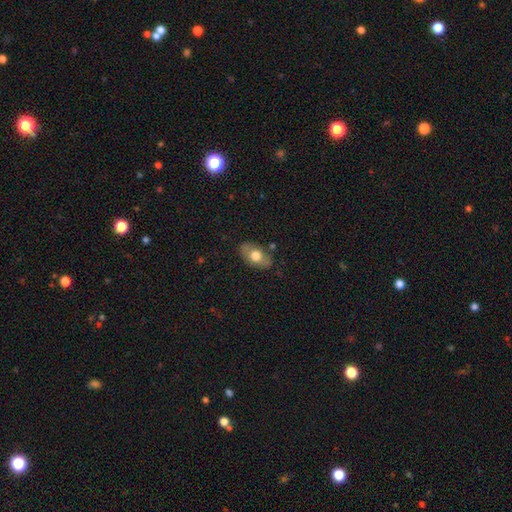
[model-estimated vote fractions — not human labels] A smooth galaxy with no disk features (62%) that is in between round and cigar-shaped (87%). Merging: none (78%).